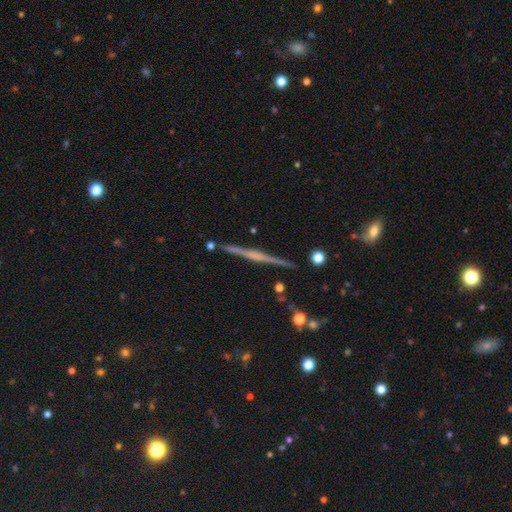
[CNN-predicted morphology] Smooth or featured: featured or disk — 76% (smooth — 16%)
Edge-on disk: yes — 98% (no — 2%)
Edge-on bulge: rounded — 47% (none — 33%)
Merging: none — 89% (minor disturbance — 7%)